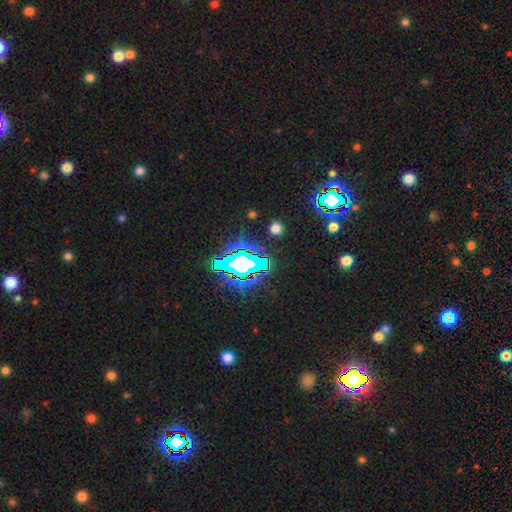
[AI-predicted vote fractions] Smooth or featured: star or artifact — 83% (smooth — 9%)